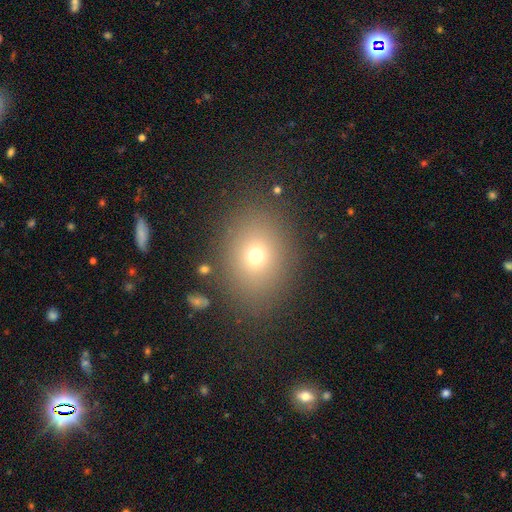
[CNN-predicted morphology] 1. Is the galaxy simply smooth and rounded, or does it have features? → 68% smooth, 18% star or artifact, 14% featured or disk.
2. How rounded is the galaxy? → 52% in between, 47% round, 1% cigar-shaped.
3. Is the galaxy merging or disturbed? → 83% none, 10% minor disturbance, 5% major disturbance, 2% merger.